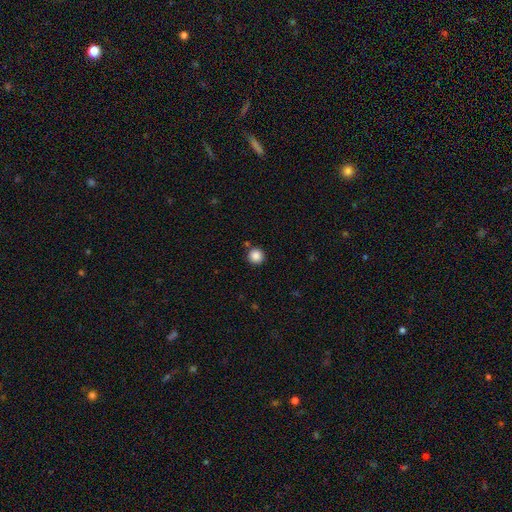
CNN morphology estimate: Smooth or featured? smooth (87%)
How rounded? round (96%)
Merging? none (87%)